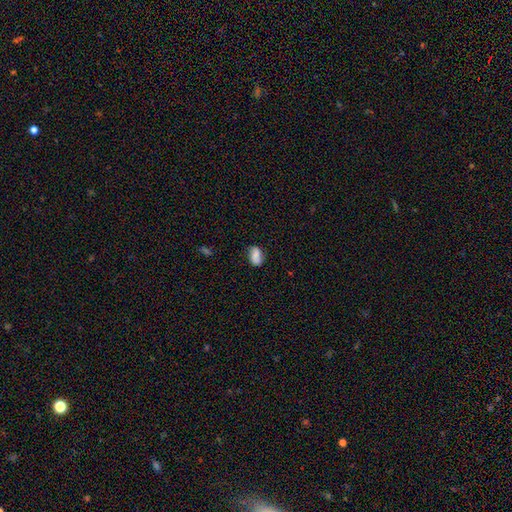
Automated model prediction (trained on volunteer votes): A smooth galaxy with no disk features (72%) that is in between round and cigar-shaped (88%). Merging: none (73%).